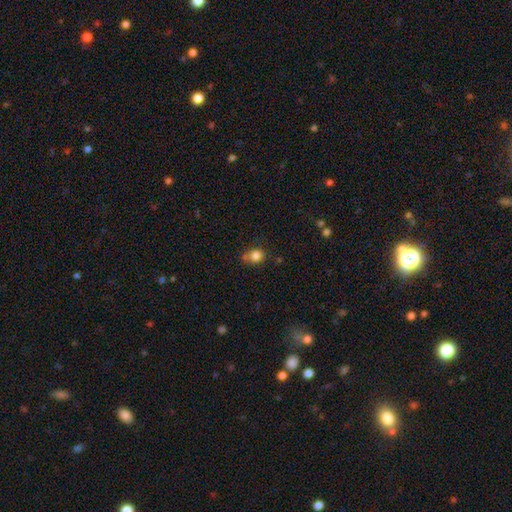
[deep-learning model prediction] smooth 82%, star or artifact 11%, featured or disk 6%. Down the decision tree: how rounded — round (74%); merging — none (64%).